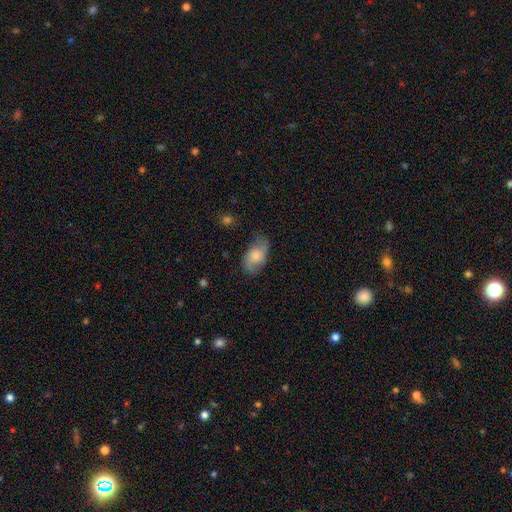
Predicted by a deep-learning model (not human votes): A featured or disk galaxy (47%). Merging: none (61%).